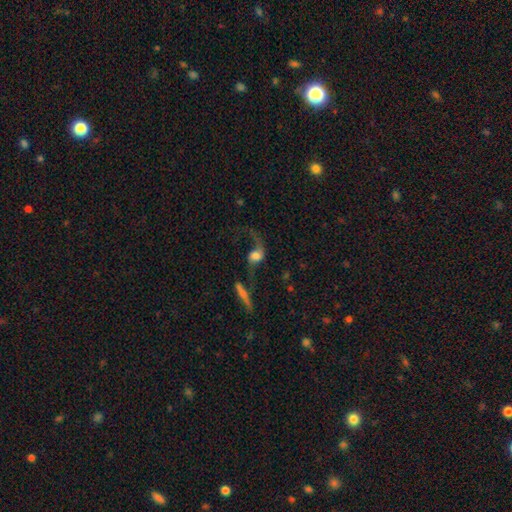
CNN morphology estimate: Q: Smooth or featured?
A: featured or disk (66%); runner-up: smooth (25%)
Q: Edge-on disk?
A: no (93%); runner-up: yes (7%)
Q: Bar?
A: no (61%); runner-up: weak (29%)
Q: Spiral arms?
A: yes (85%); runner-up: no (15%)
Q: Spiral winding?
A: loose (90%); runner-up: medium (8%)
Q: Spiral arm count?
A: 2 (64%); runner-up: 1 (31%)
Q: Bulge size?
A: moderate (37%); runner-up: large (35%)
Q: Merging?
A: none (35%); runner-up: major disturbance (34%)